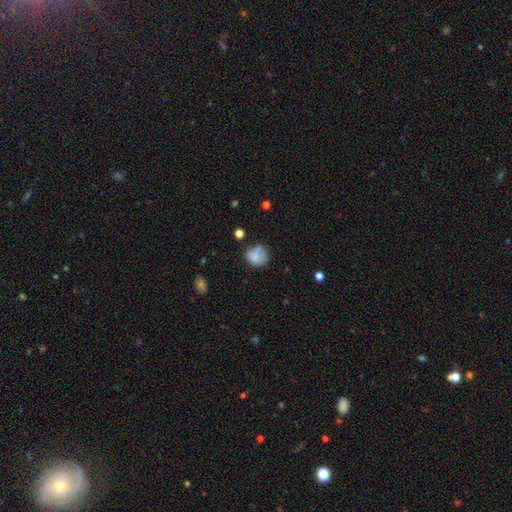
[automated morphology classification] Overall: smooth (70%). How rounded: round (77%). Merging: none (52%; minor disturbance 28%).